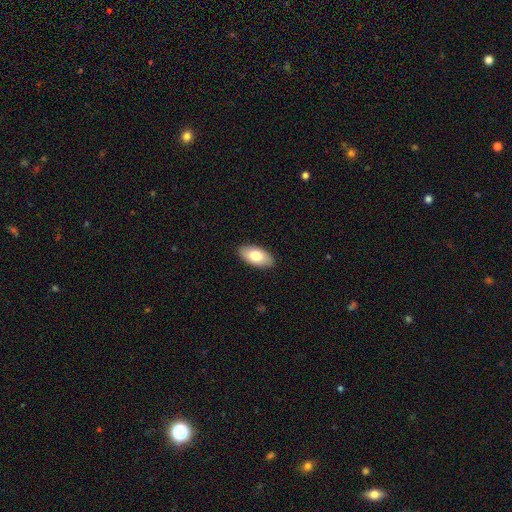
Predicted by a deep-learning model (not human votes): smooth_or_featured: smooth (p=0.79) [alt: featured or disk p=0.15]
how_rounded: in between (p=0.94) [alt: cigar-shaped p=0.03]
merging: none (p=0.89) [alt: minor disturbance p=0.08]